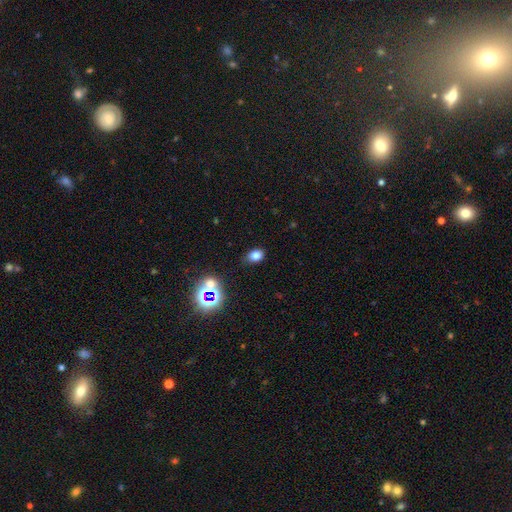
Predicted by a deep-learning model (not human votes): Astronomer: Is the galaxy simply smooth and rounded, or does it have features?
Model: smooth — 75%.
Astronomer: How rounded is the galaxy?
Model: in between — 73%.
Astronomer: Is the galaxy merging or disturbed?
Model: none — 81%.